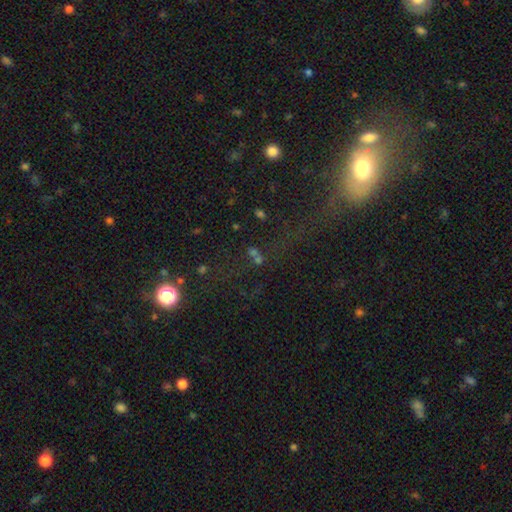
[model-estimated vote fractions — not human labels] smooth-or-featured: star or artifact: 55% | smooth: 30% | featured or disk: 15%